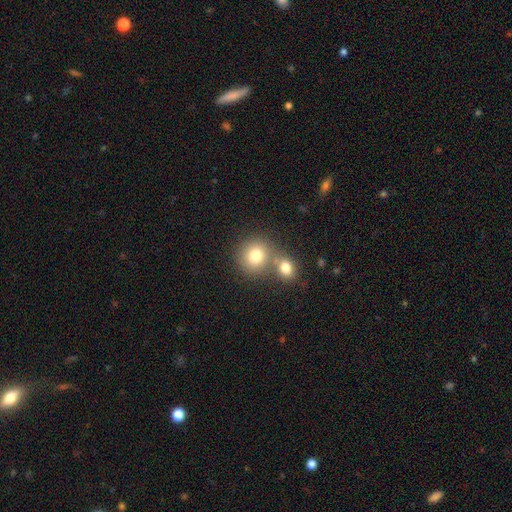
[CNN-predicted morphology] smooth_or_featured: smooth (p=0.78) [alt: featured or disk p=0.11]
how_rounded: round (p=0.85) [alt: in between p=0.14]
merging: none (p=0.51) [alt: merger p=0.39]